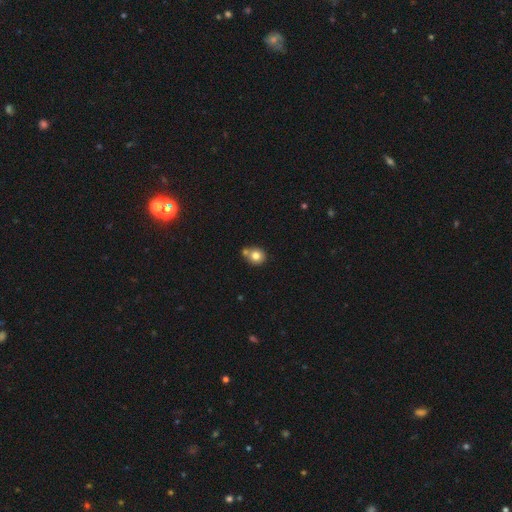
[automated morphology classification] Smooth or featured?
  - smooth: 79% *
  - star or artifact: 11%
  - featured or disk: 10%
How rounded?
  - round: 83% *
  - in between: 17%
  - cigar-shaped: 1%
Merging?
  - none: 56% *
  - merger: 31%
  - minor disturbance: 11%
  - major disturbance: 3%